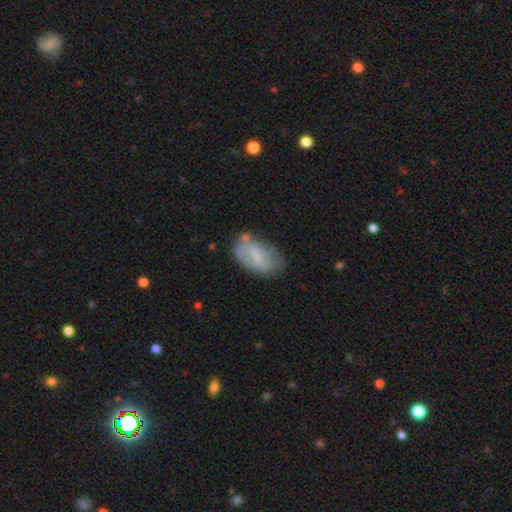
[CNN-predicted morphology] smooth 53%, featured or disk 40%, star or artifact 7%. Down the decision tree: how rounded — in between (92%); merging — none (56%).